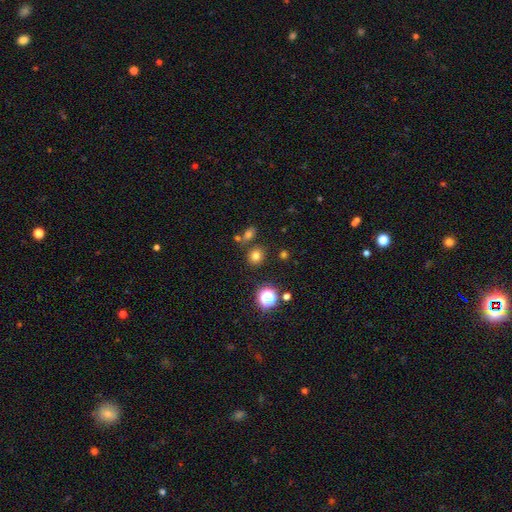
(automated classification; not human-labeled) Morphology: type=smooth (75%); roundness=round (80%); merging=none (79%).